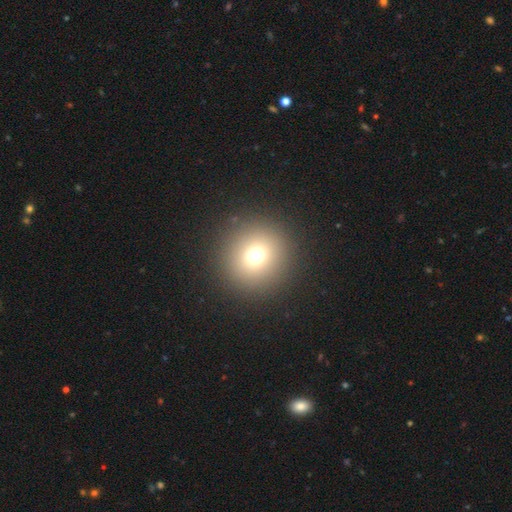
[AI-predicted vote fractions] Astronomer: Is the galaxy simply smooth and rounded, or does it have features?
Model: smooth — 69%.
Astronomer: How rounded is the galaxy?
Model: round — 93%.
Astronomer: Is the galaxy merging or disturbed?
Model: none — 90%.